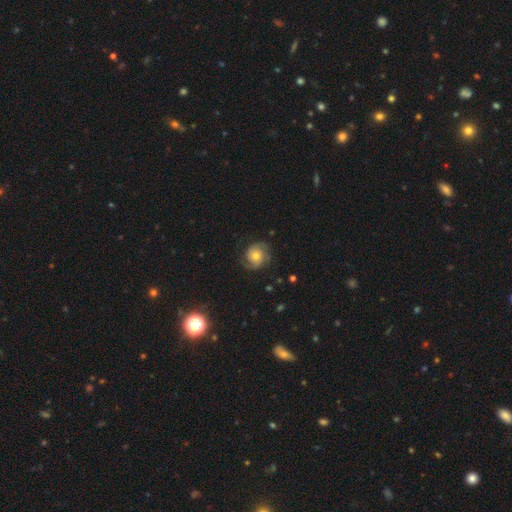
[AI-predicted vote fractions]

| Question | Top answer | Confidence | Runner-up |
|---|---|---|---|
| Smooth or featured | featured or disk | 61% | smooth (31%) |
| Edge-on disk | no | 97% | yes (3%) |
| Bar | no | 78% | weak (18%) |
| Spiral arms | yes | 89% | no (11%) |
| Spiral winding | tight | 45% | medium (39%) |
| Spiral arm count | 2 | 67% | can't tell (16%) |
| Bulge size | moderate | 59% | small (33%) |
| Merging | none | 75% | minor disturbance (17%) |